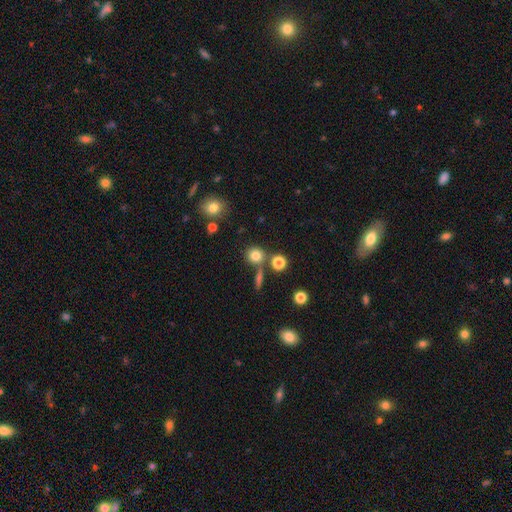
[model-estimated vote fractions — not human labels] This appears to be a smooth galaxy with no disk features (78%) that is round (86%). Merging: none (69%).